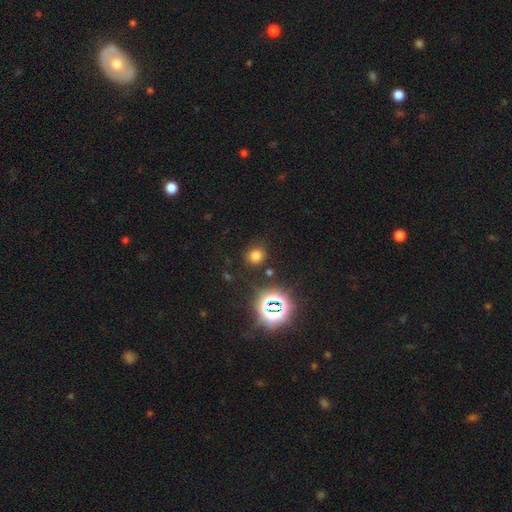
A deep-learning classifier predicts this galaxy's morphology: Smooth or featured: smooth — 69% (star or artifact — 24%)
How rounded: round — 85% (in between — 14%)
Merging: none — 85% (minor disturbance — 8%)